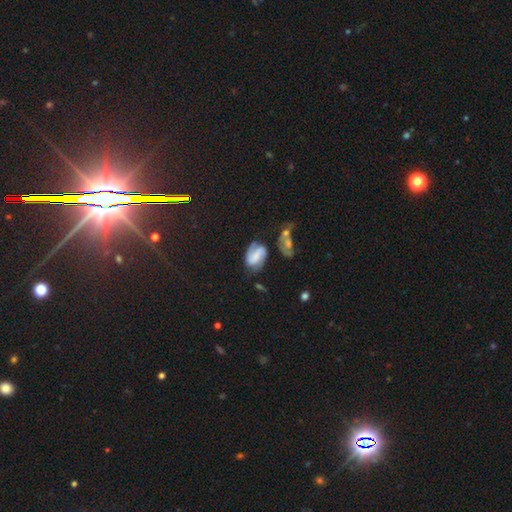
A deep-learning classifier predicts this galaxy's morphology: Smooth or featured?
  - featured or disk: 65% *
  - smooth: 25%
  - star or artifact: 10%
Edge-on disk?
  - no: 97% *
  - yes: 3%
Bar?
  - weak: 41% *
  - strong: 29%
  - no: 29%
Spiral arms?
  - yes: 91% *
  - no: 9%
Spiral winding?
  - medium: 46% *
  - tight: 28%
  - loose: 26%
Spiral arm count?
  - 2: 82% *
  - 1: 8%
  - can't tell: 7%
  - 3: 2%
  - 4: 1%
  - more than 4: 1%
Bulge size?
  - none: 44% *
  - small: 26%
  - moderate: 18%
  - large: 9%
  - dominant: 3%
Merging?
  - none: 52% *
  - minor disturbance: 24%
  - major disturbance: 15%
  - merger: 9%